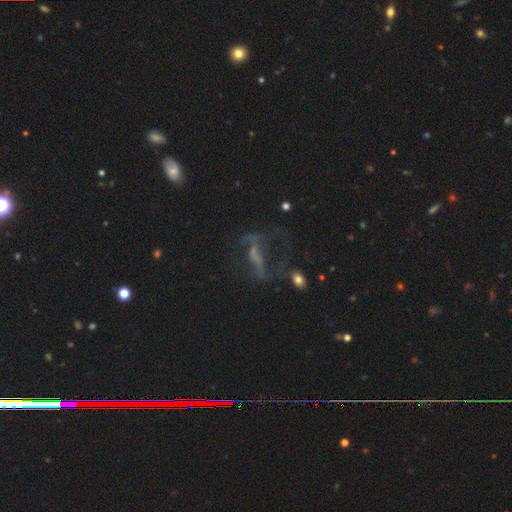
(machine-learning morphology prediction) Smooth or featured? featured or disk (54%)
Edge-on disk? no (85%)
Merging? none (42%)